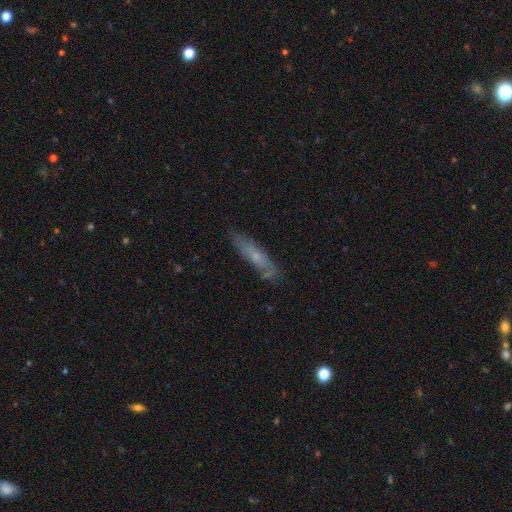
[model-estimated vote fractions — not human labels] A smooth galaxy with no disk features (51%) that is cigar-shaped (79%).

Vote fractions:
- Smooth or featured? smooth: 51% / featured or disk: 42% / star or artifact: 7%
- How rounded? cigar-shaped: 79% / in between: 19% / round: 2%
- Merging? none: 76% / minor disturbance: 18% / major disturbance: 4% / merger: 2%